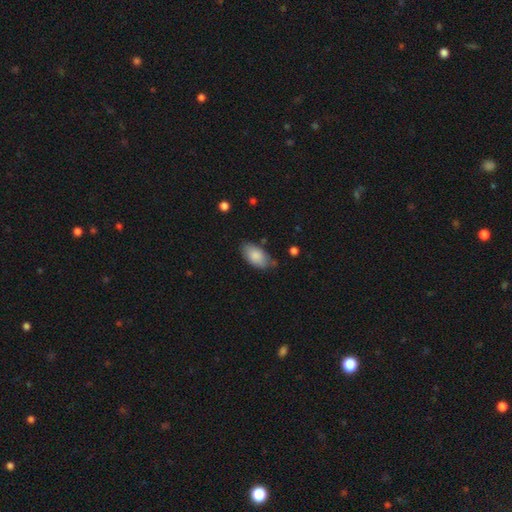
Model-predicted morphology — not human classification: smooth_or_featured: smooth (p=0.85) [alt: featured or disk p=0.09]
how_rounded: in between (p=0.94) [alt: round p=0.03]
merging: none (p=0.69) [alt: minor disturbance p=0.24]